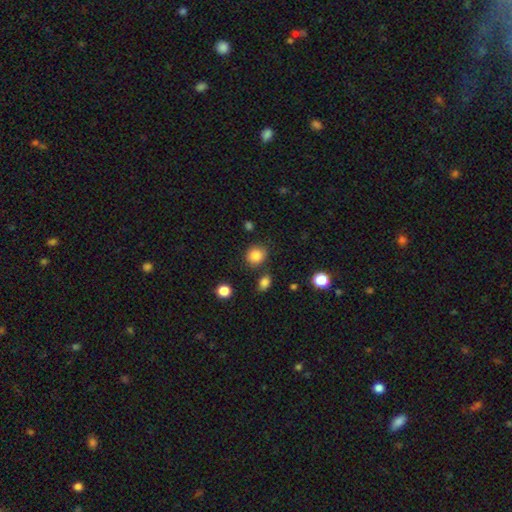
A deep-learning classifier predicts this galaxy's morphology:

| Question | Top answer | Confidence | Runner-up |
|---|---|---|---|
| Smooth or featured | smooth | 85% | star or artifact (10%) |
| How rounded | round | 81% | in between (18%) |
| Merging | none | 79% | minor disturbance (12%) |